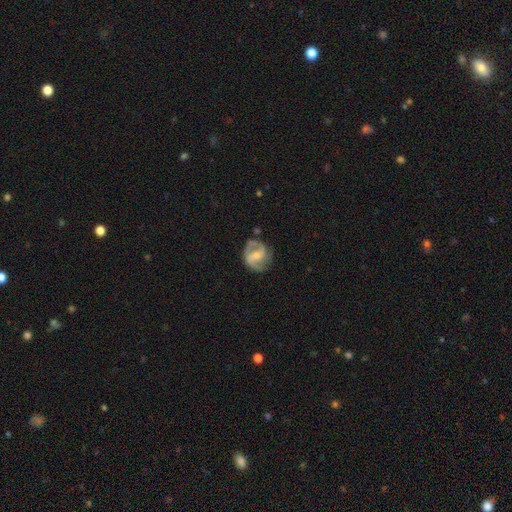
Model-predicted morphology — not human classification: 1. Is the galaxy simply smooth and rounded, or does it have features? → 81% featured or disk, 14% smooth, 5% star or artifact.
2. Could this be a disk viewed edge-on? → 98% no, 2% yes.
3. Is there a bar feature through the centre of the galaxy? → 46% weak, 33% no, 22% strong.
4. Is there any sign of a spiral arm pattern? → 93% yes, 7% no.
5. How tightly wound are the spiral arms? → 52% medium, 28% tight, 20% loose.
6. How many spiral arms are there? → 79% 2, 8% can't tell, 7% 3, 3% 1, 1% 4, 1% more than 4.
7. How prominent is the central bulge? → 53% small, 38% moderate, 6% none, 2% large, 1% dominant.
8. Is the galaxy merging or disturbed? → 68% none, 20% minor disturbance, 9% major disturbance, 3% merger.